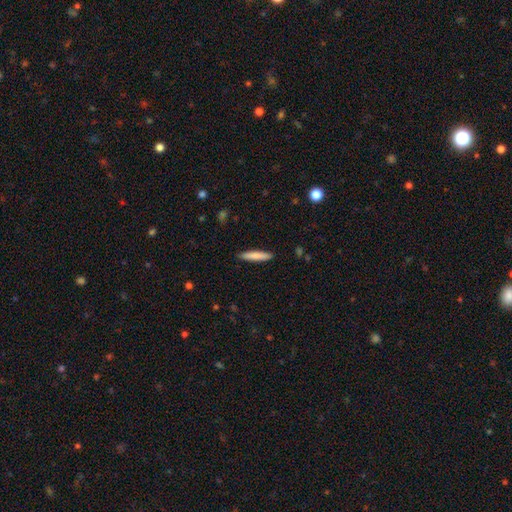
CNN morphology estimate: smooth-or-featured: smooth: 80% | featured or disk: 14% | star or artifact: 6%
  how-rounded: cigar-shaped: 89% | in between: 9% | round: 1%
  merging: none: 90% | minor disturbance: 7% | major disturbance: 2% | merger: 1%